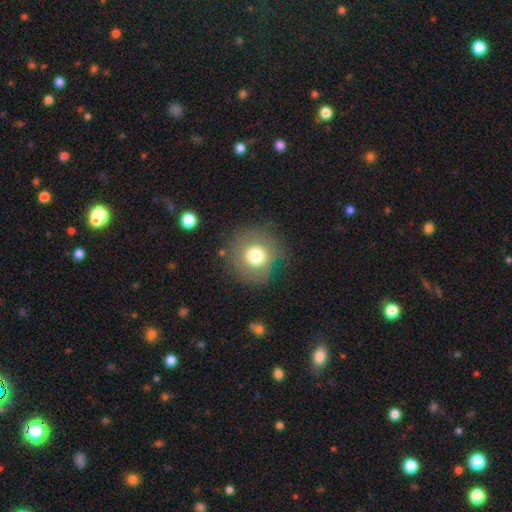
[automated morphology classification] A smooth galaxy with no disk features (71%) that is round (93%). Merging: none (78%).